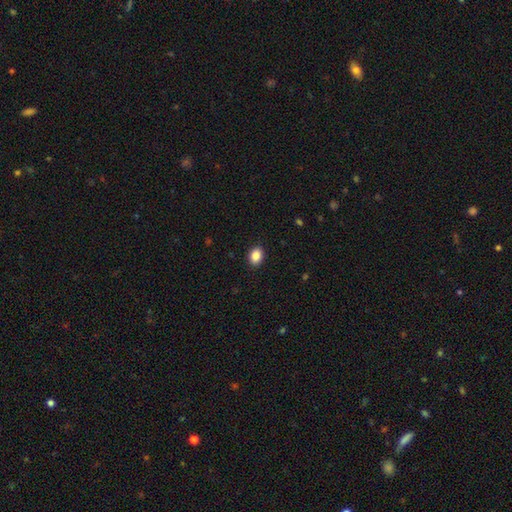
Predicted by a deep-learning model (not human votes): smooth 88%, star or artifact 8%, featured or disk 3%. Down the decision tree: how rounded — in between (71%); merging — none (90%).